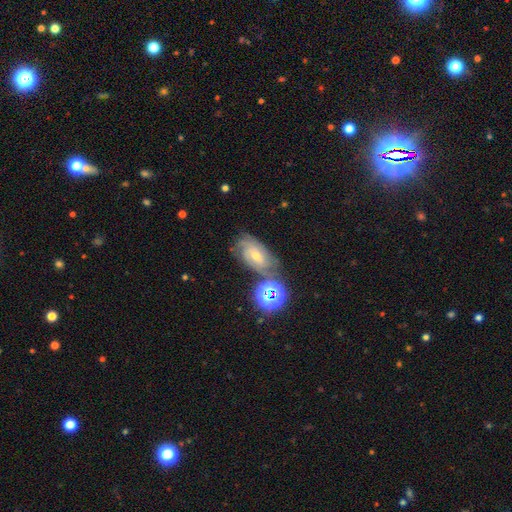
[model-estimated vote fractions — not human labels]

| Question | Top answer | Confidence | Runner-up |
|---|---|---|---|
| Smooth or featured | featured or disk | 59% | star or artifact (24%) |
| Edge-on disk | no | 94% | yes (6%) |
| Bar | no | 60% | weak (31%) |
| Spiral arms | yes | 91% | no (9%) |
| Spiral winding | tight | 64% | medium (28%) |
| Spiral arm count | can't tell | 42% | 2 (21%) |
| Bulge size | small | 55% | moderate (40%) |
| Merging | none | 65% | minor disturbance (18%) |